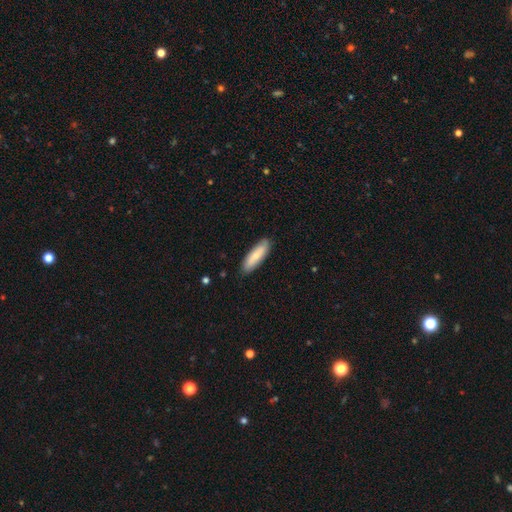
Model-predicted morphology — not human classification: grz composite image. It shows a smooth galaxy with no disk features (74%) that is cigar-shaped (52%). Merging: none (84%).